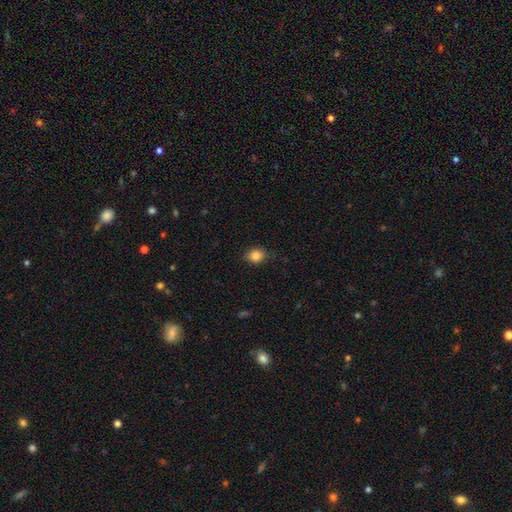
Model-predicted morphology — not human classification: Overall: smooth (85%). How rounded: round (66%; in between 33%). Merging: none (80%).